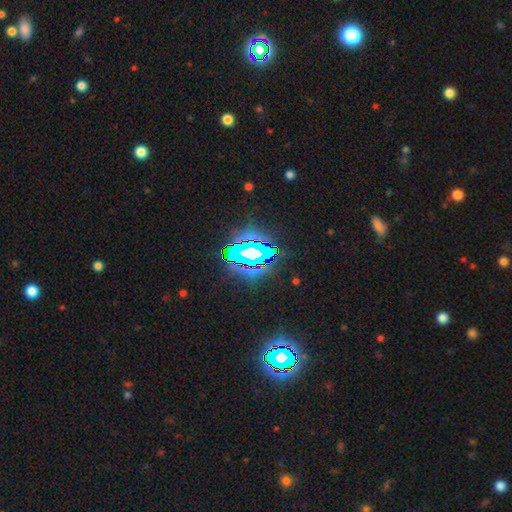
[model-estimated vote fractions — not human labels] smooth-or-featured: star or artifact: 83% | smooth: 10% | featured or disk: 7%